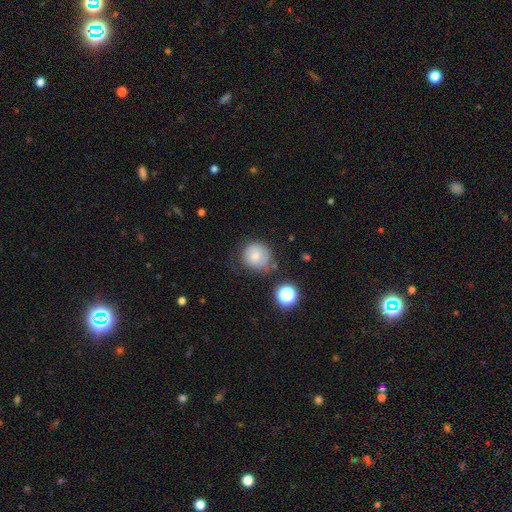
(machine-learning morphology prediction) The model was most divided on "merging": none: 62%, minor disturbance: 25%, major disturbance: 8%, merger: 5%. More confident: how rounded — round (89%); smooth or featured — smooth (75%).